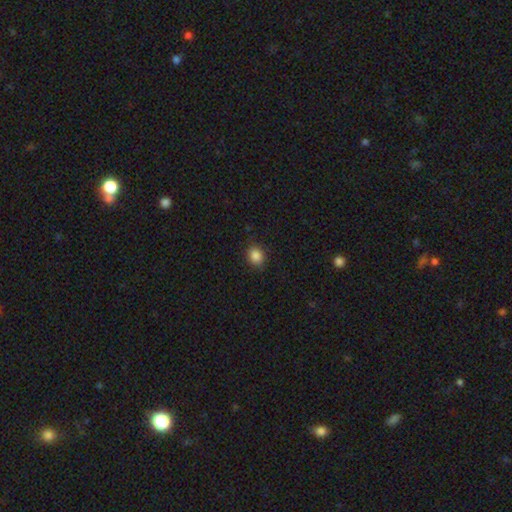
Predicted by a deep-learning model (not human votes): This is clearly a smooth galaxy (86%). How rounded: likely round (61%). Merging: clearly none (87%).